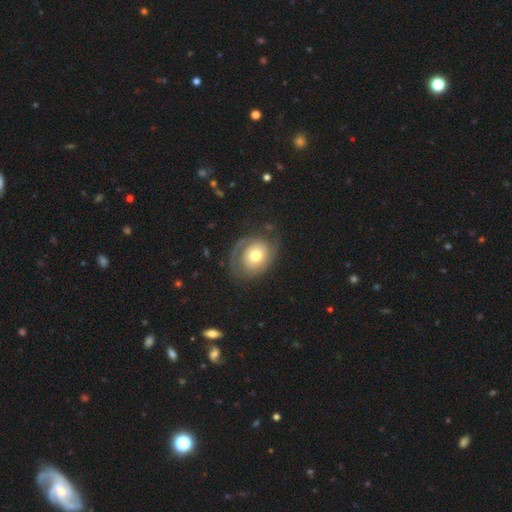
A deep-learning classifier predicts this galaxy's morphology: smooth-or-featured: featured or disk: 66% | smooth: 28% | star or artifact: 6%
  disk-edge-on: no: 97% | yes: 3%
    bar: no: 80% | weak: 16% | strong: 4%
    has-spiral-arms: yes: 81% | no: 19%
      spiral-winding: tight: 54% | medium: 30% | loose: 16%
      spiral-arm-count: 2: 47% | 1: 32% | can't tell: 15% | 3: 3% | 4: 2% | more than 4: 2%
    bulge-size: moderate: 68% | large: 19% | small: 10% | dominant: 2% | none: 1%
  merging: none: 64% | minor disturbance: 19% | major disturbance: 15% | merger: 2%